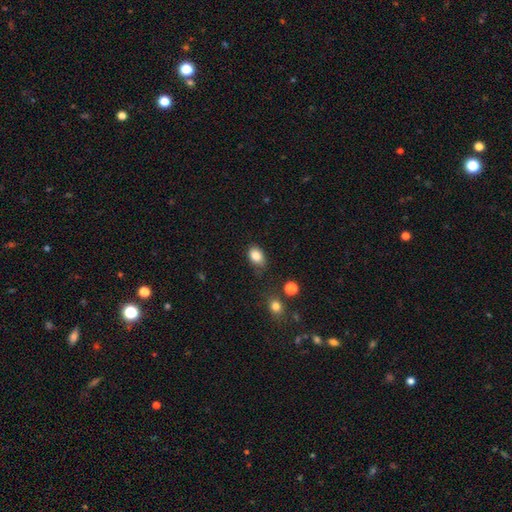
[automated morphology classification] smooth-or-featured: smooth: 86% | star or artifact: 9% | featured or disk: 5%
  how-rounded: in between: 81% | round: 18% | cigar-shaped: 1%
  merging: none: 70% | minor disturbance: 22% | major disturbance: 5% | merger: 3%